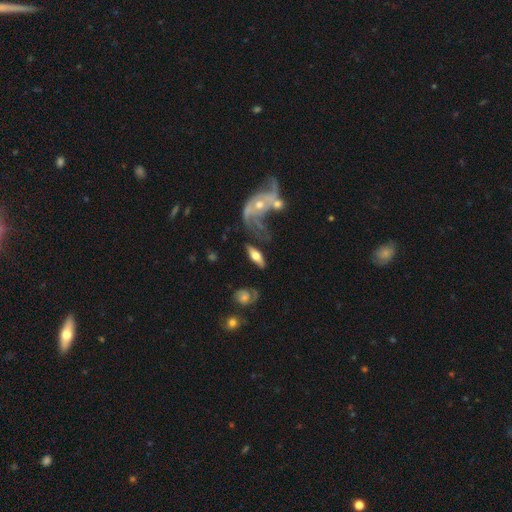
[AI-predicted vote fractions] A featured or disk galaxy (51%) viewed edge-on (54%).

Vote fractions:
- Smooth or featured? featured or disk: 51% / smooth: 42% / star or artifact: 7%
- Edge-on disk? yes: 54% / no: 46%
- Merging? none: 47% / minor disturbance: 19% / major disturbance: 18% / merger: 16%